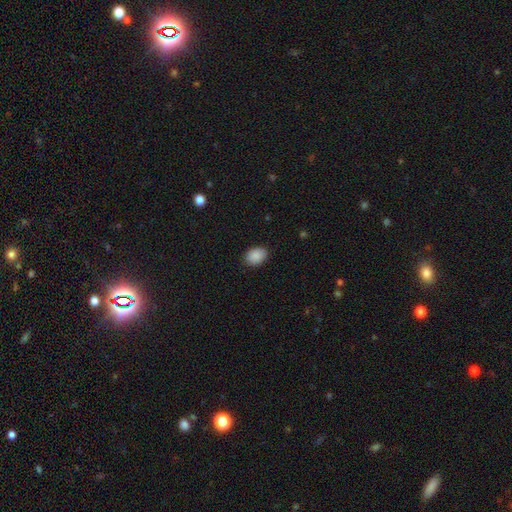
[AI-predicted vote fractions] This appears to be a smooth galaxy with no disk features (90%) that is in between round and cigar-shaped (72%). Merging: none (88%).